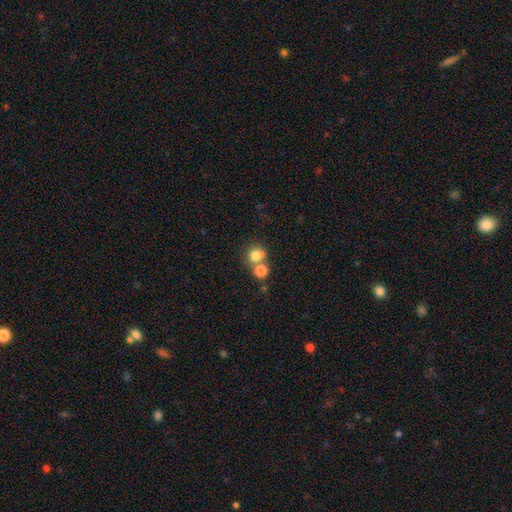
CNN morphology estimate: smooth 76%, star or artifact 13%, featured or disk 12%. Down the decision tree: how rounded — round (79%); merging — merger (46%).